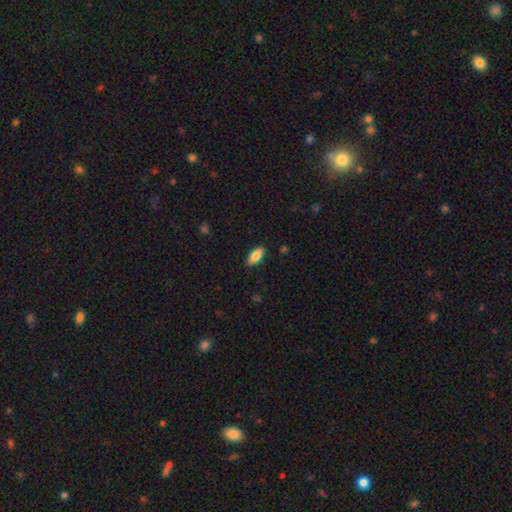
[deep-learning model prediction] This appears to be a smooth galaxy with no disk features (80%) that is in between round and cigar-shaped (86%). Merging: none (87%).